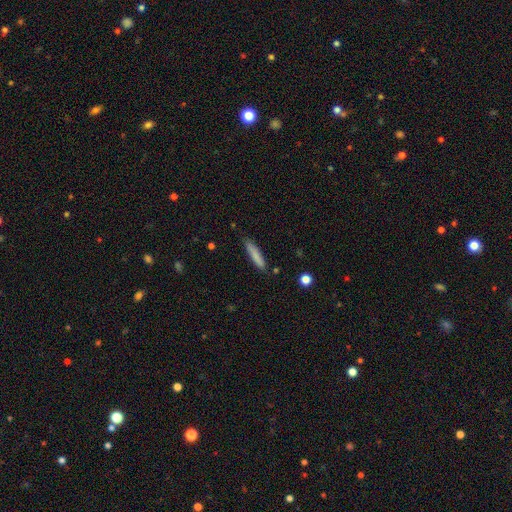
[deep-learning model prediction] Morphology: type=smooth (82%); roundness=cigar-shaped (88%); merging=none (83%).